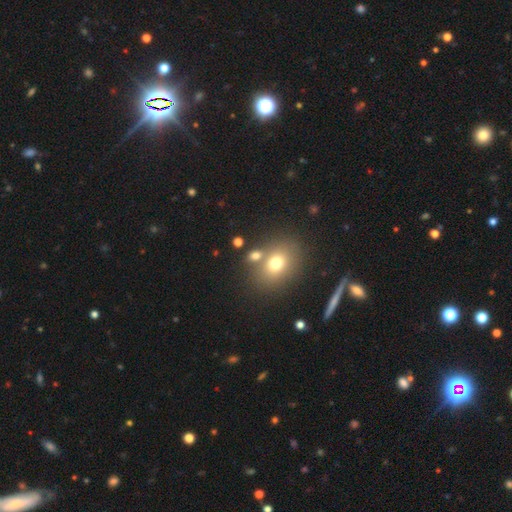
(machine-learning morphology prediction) smooth 72%, featured or disk 14%, star or artifact 14%. Down the decision tree: how rounded — in between (58%); merging — none (61%).